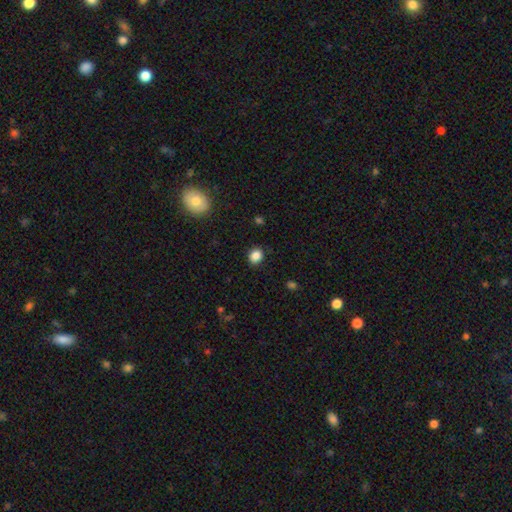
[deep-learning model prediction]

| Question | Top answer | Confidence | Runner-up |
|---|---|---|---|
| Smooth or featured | smooth | 86% | star or artifact (10%) |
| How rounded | round | 67% | in between (32%) |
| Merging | none | 88% | minor disturbance (9%) |